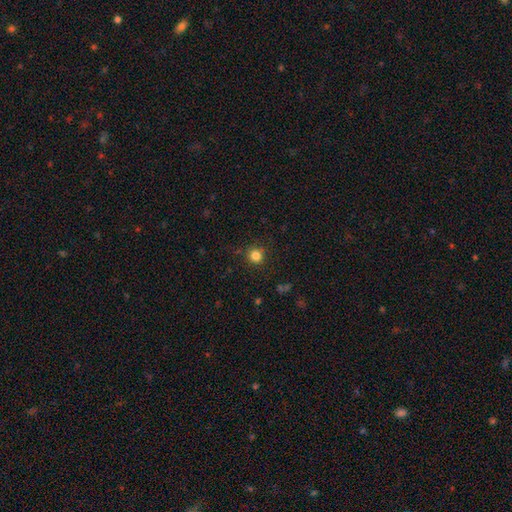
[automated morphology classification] smooth_or_featured: smooth (p=0.82) [alt: star or artifact p=0.13]
how_rounded: round (p=0.93) [alt: in between p=0.06]
merging: none (p=0.89) [alt: minor disturbance p=0.07]